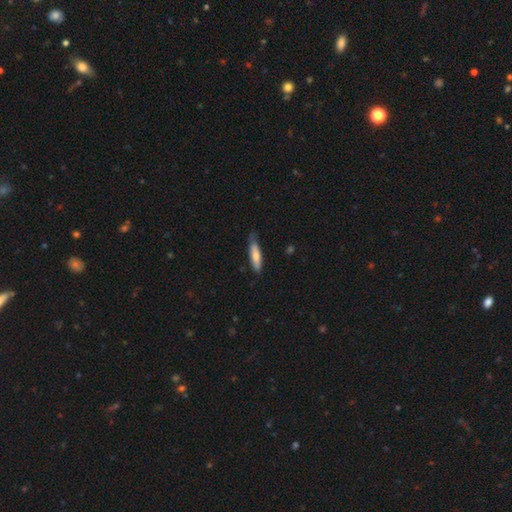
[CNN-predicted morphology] Smooth or featured?
  - smooth: 74% *
  - featured or disk: 21%
  - star or artifact: 5%
How rounded?
  - cigar-shaped: 75% *
  - in between: 24%
  - round: 1%
Merging?
  - none: 67% *
  - minor disturbance: 27%
  - major disturbance: 4%
  - merger: 1%